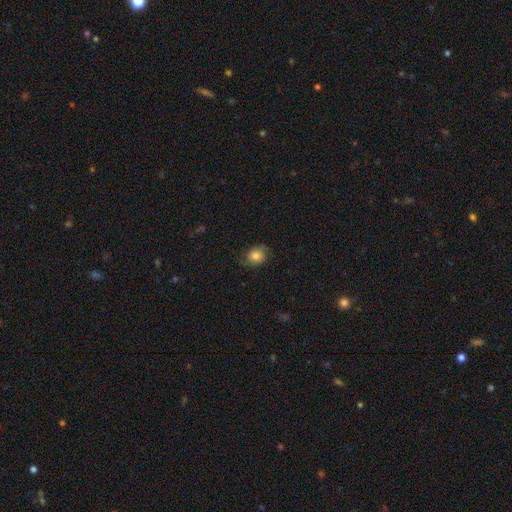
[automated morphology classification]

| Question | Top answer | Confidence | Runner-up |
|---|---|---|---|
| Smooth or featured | smooth | 73% | featured or disk (17%) |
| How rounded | round | 54% | in between (44%) |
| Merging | none | 71% | minor disturbance (21%) |